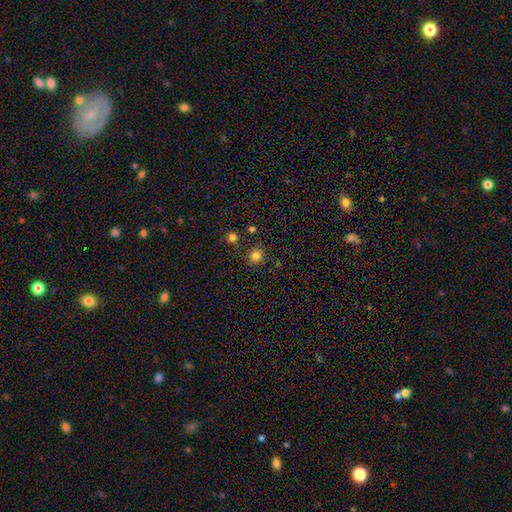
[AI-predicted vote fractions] Q: Smooth or featured?
A: smooth (81%); runner-up: star or artifact (15%)
Q: How rounded?
A: round (88%); runner-up: in between (11%)
Q: Merging?
A: none (86%); runner-up: minor disturbance (8%)